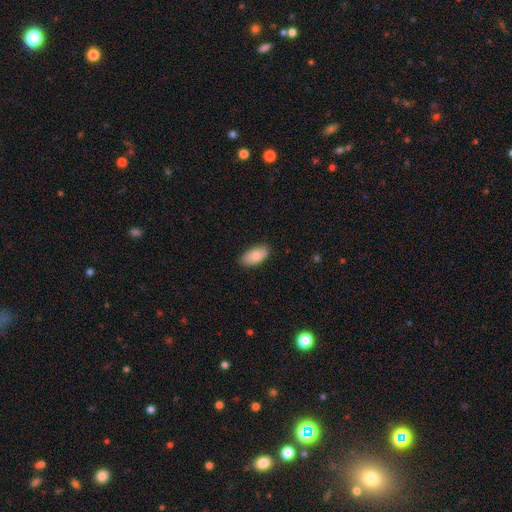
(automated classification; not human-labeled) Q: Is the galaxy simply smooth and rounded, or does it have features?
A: smooth — 85%.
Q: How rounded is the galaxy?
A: in between — 93%.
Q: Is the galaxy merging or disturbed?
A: none — 85%.